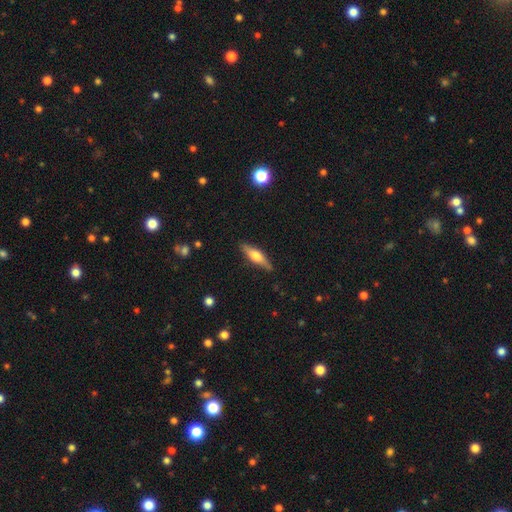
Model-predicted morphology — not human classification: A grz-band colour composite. It shows a smooth galaxy with no disk features (48%). Merging: none (85%).